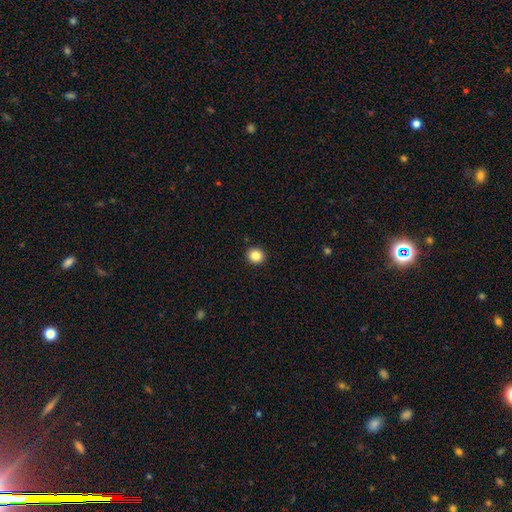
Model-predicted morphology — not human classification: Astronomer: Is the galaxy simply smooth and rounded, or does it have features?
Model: smooth — 86%.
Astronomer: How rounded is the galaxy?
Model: round — 85%.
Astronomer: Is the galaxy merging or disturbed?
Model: none — 93%.